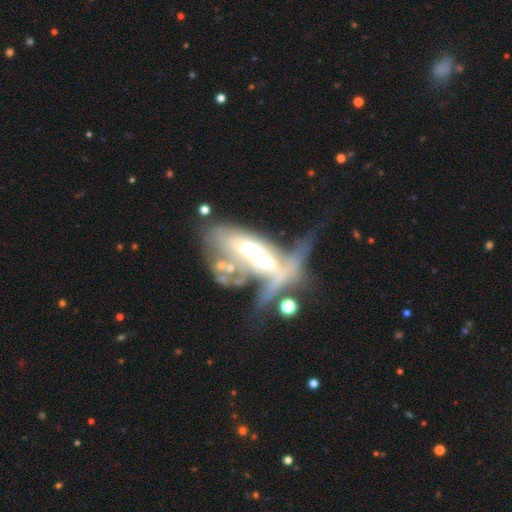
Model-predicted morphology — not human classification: This is likely a featured or disk galaxy (65%). It is likely not viewed edge-on (76%). Merging: marginally major disturbance (42%).